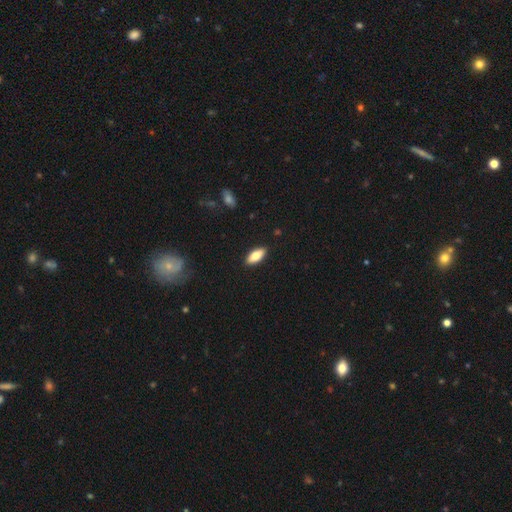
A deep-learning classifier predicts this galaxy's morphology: smooth_or_featured: smooth (p=0.74) [alt: featured or disk p=0.20]
how_rounded: in between (p=0.78) [alt: cigar-shaped p=0.20]
merging: none (p=0.90) [alt: minor disturbance p=0.08]